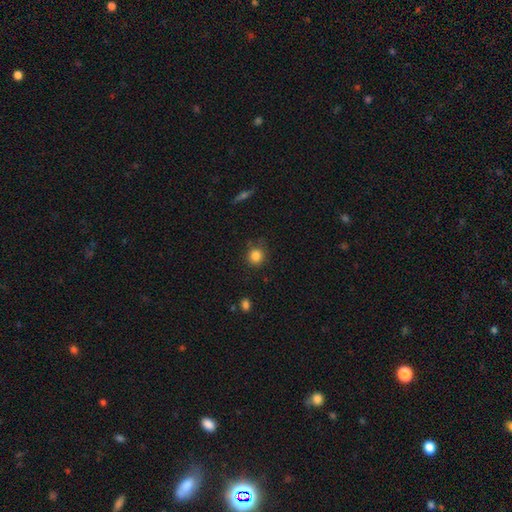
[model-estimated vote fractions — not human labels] Morphology: type=smooth (85%); roundness=round (88%); merging=none (80%).